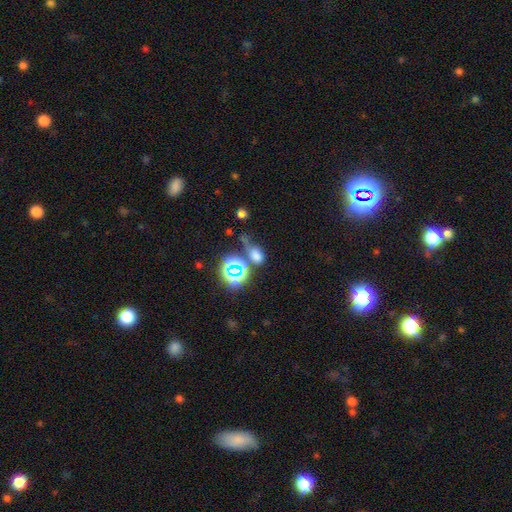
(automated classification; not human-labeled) This appears to be a smooth galaxy with no disk features (58%) that is in between round and cigar-shaped (60%). Merging: none (47%).